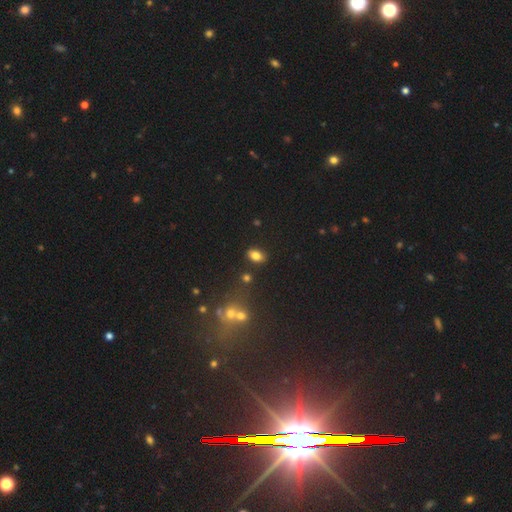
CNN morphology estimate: Smooth or featured?
  - smooth: 80% *
  - star or artifact: 12%
  - featured or disk: 8%
How rounded?
  - in between: 84% *
  - round: 14%
  - cigar-shaped: 2%
Merging?
  - none: 84% *
  - minor disturbance: 9%
  - merger: 4%
  - major disturbance: 2%